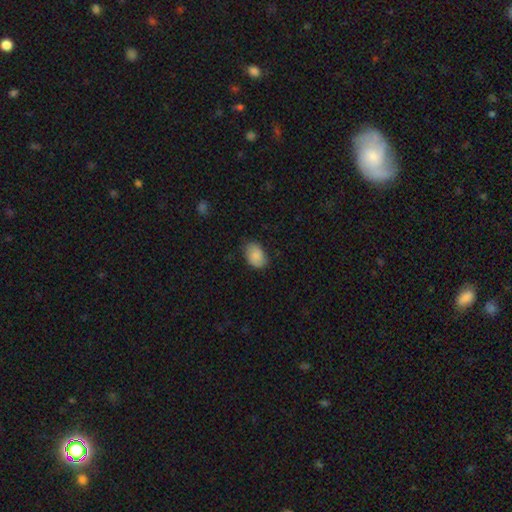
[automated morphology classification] Smooth or featured? smooth (85%)
How rounded? in between (81%)
Merging? none (73%)